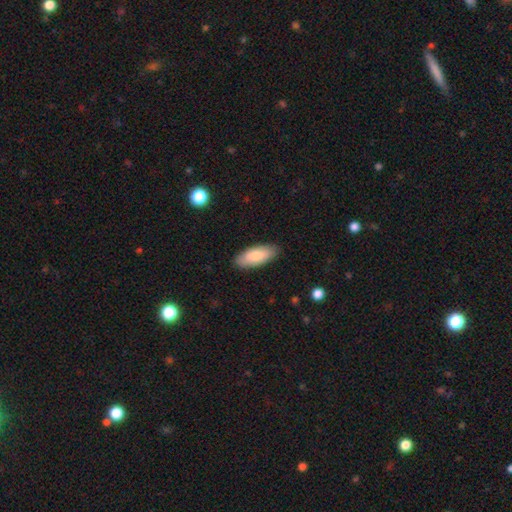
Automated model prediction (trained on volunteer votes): Overall: smooth (83%). How rounded: in between (83%). Merging: none (87%).